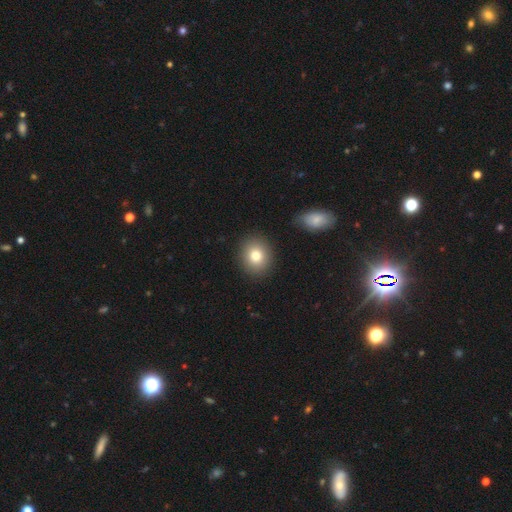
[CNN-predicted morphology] smooth_or_featured: smooth (p=0.81) [alt: featured or disk p=0.10]
how_rounded: round (p=0.73) [alt: in between p=0.26]
merging: none (p=0.88) [alt: minor disturbance p=0.08]